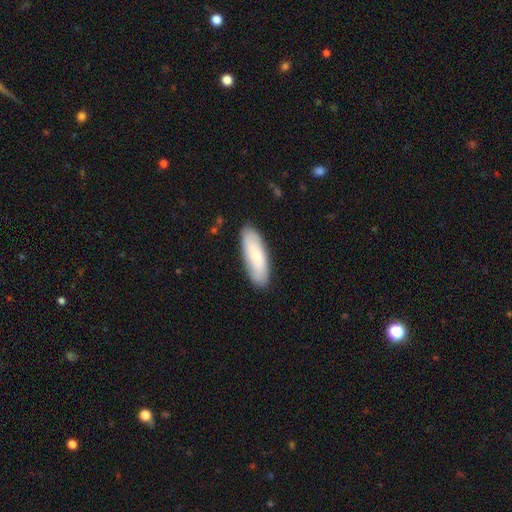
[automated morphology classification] smooth_or_featured: smooth (p=0.71) [alt: featured or disk p=0.23]
how_rounded: in between (p=0.61) [alt: cigar-shaped p=0.37]
merging: none (p=0.86) [alt: minor disturbance p=0.11]